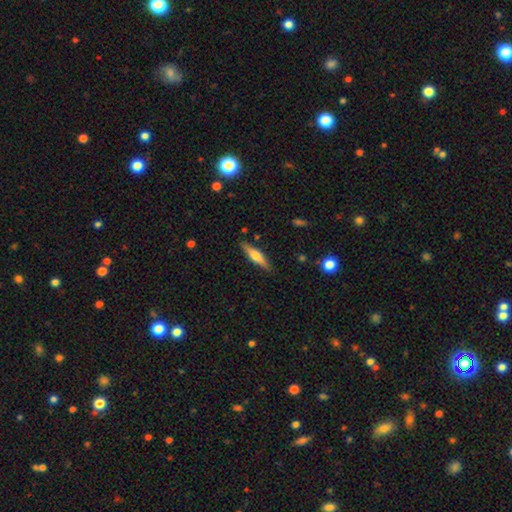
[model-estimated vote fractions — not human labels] Q: Smooth or featured?
A: featured or disk (48%); runner-up: smooth (46%)
Q: Merging?
A: none (87%); runner-up: minor disturbance (9%)